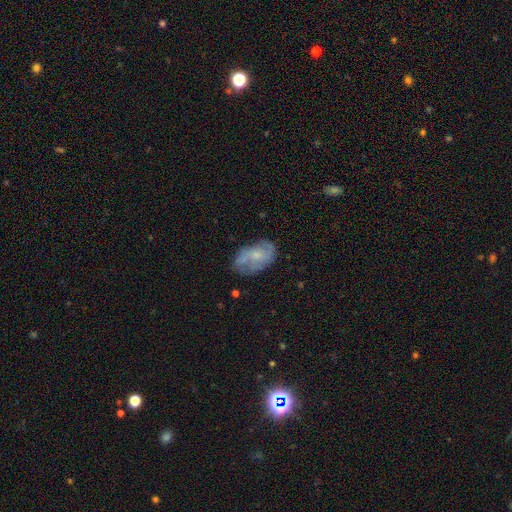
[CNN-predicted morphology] Q: Smooth or featured?
A: featured or disk (53%); runner-up: smooth (39%)
Q: Edge-on disk?
A: no (96%); runner-up: yes (4%)
Q: Bar?
A: no (71%); runner-up: weak (25%)
Q: Spiral arms?
A: yes (67%); runner-up: no (33%)
Q: Bulge size?
A: small (57%); runner-up: moderate (28%)
Q: Merging?
A: none (60%); runner-up: minor disturbance (26%)